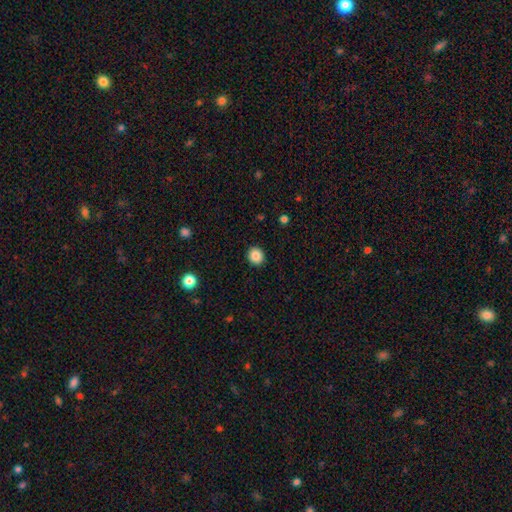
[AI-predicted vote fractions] Smooth or featured? Predicted: smooth (p=0.86). How rounded? Predicted: round (p=0.84). Merging? Predicted: none (p=0.92).